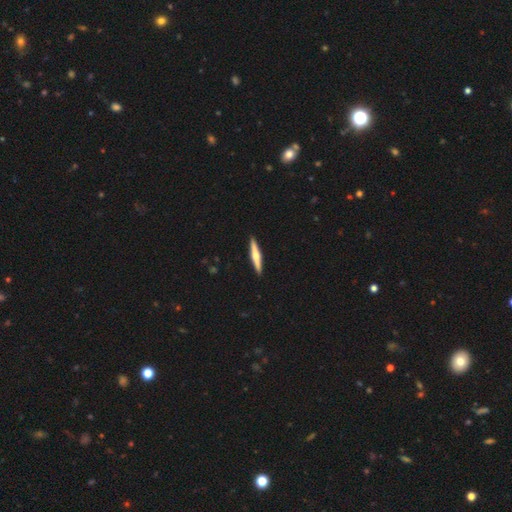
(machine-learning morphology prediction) This is possibly a featured or disk galaxy (56%). It is clearly viewed edge-on (97%). Edge-on bulge: clearly rounded (82%). Merging: clearly none (92%).